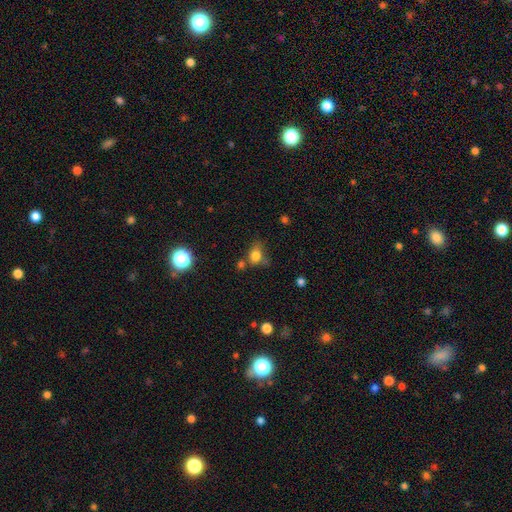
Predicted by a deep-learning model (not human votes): A smooth galaxy with no disk features (77%) that is in between round and cigar-shaped (56%).

Vote fractions:
- Smooth or featured? smooth: 77% / star or artifact: 14% / featured or disk: 9%
- How rounded? in between: 56% / round: 42% / cigar-shaped: 2%
- Merging? none: 49% / minor disturbance: 27% / merger: 12% / major disturbance: 12%